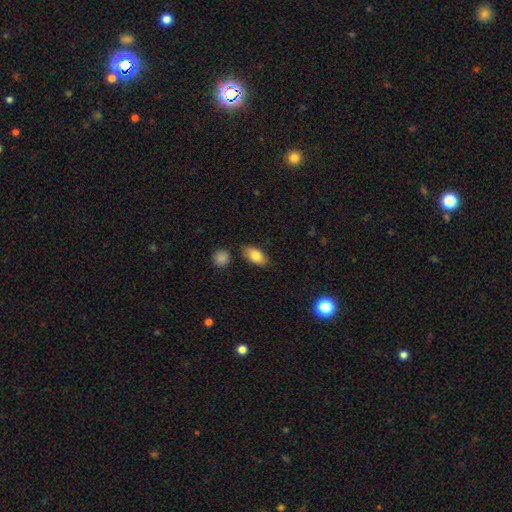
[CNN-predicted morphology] Smooth or featured: smooth — 82% (featured or disk — 11%)
How rounded: in between — 91% (round — 5%)
Merging: none — 81% (minor disturbance — 13%)